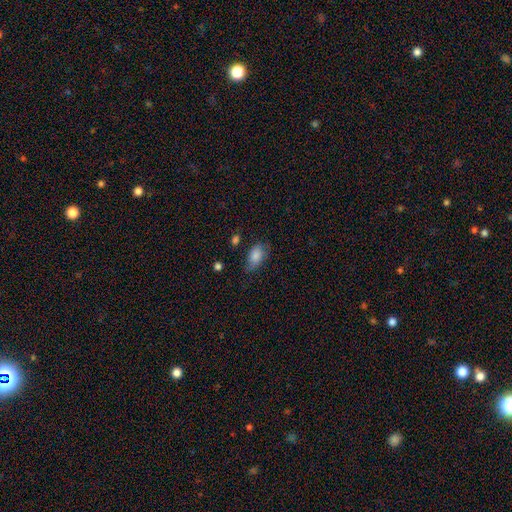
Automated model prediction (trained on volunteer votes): smooth 81%, featured or disk 11%, star or artifact 8%. Down the decision tree: how rounded — in between (90%); merging — none (60%).